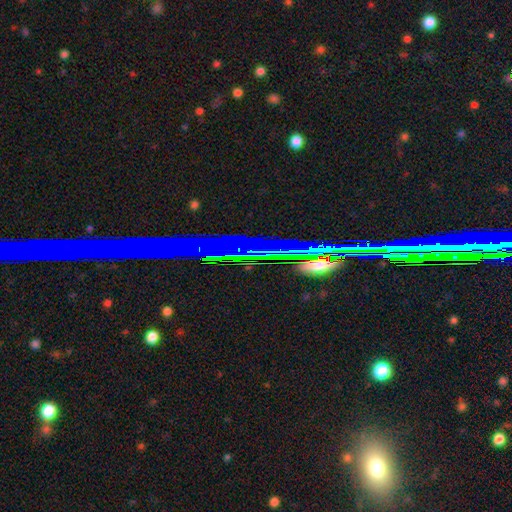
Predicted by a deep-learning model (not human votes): smooth-or-featured: star or artifact: 63% | featured or disk: 20% | smooth: 17%